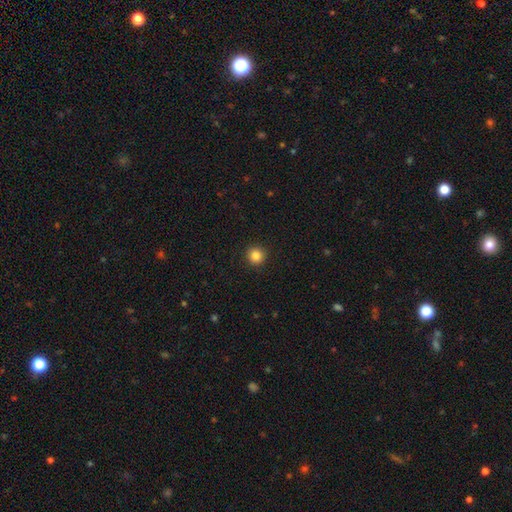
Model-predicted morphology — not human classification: Q: Smooth or featured?
A: smooth (85%); runner-up: star or artifact (11%)
Q: How rounded?
A: round (95%); runner-up: in between (4%)
Q: Merging?
A: none (93%); runner-up: minor disturbance (5%)